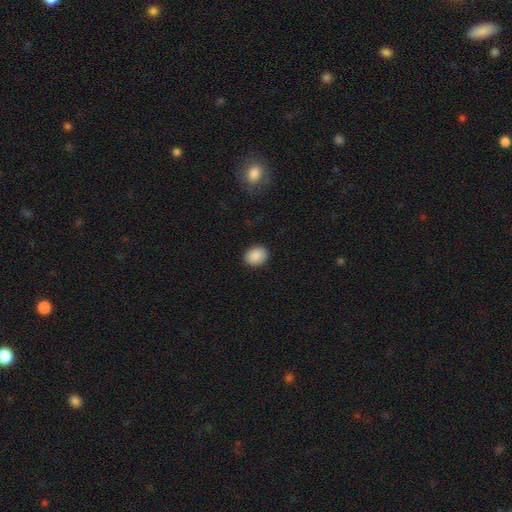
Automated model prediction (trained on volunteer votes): smooth 89%, star or artifact 8%, featured or disk 3%. Down the decision tree: how rounded — round (53%); merging — none (90%).